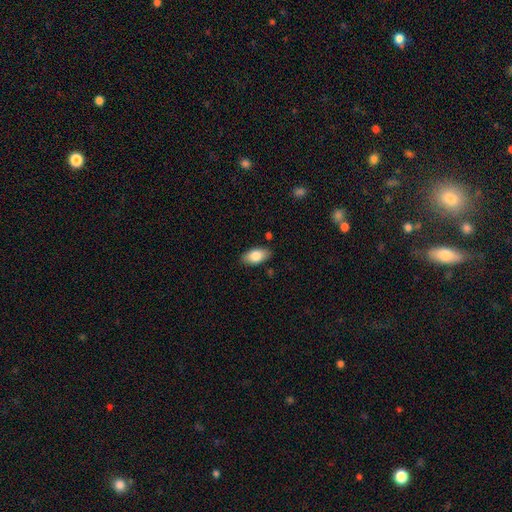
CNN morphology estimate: Smooth or featured: smooth — 82% (featured or disk — 11%)
How rounded: in between — 93% (round — 4%)
Merging: none — 85% (minor disturbance — 11%)